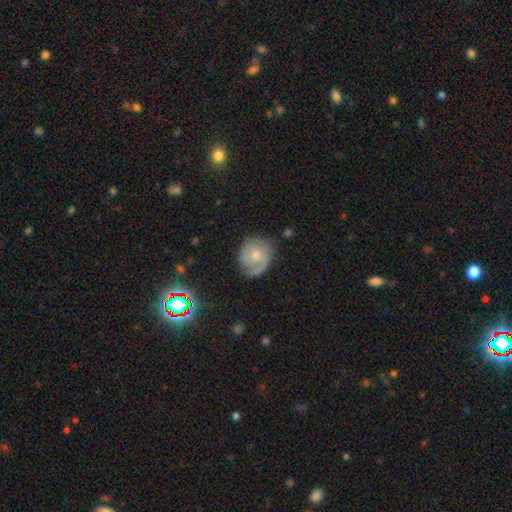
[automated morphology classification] smooth-or-featured: featured or disk: 60% | smooth: 33% | star or artifact: 7%
  disk-edge-on: no: 97% | yes: 3%
    bar: no: 74% | weak: 24% | strong: 3%
    has-spiral-arms: yes: 86% | no: 14%
    bulge-size: moderate: 53% | small: 39% | none: 4% | large: 3% | dominant: 1%
  merging: none: 64% | minor disturbance: 24% | major disturbance: 11% | merger: 2%